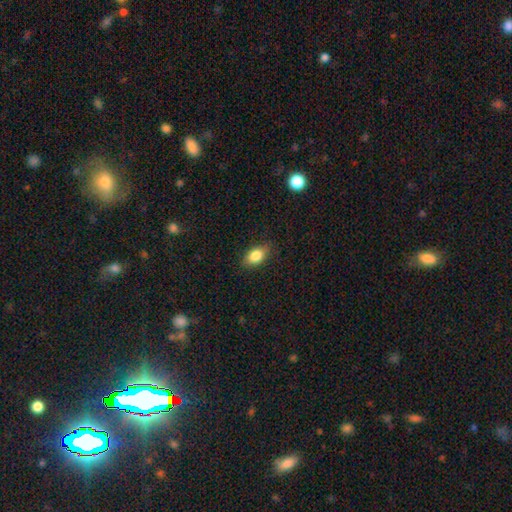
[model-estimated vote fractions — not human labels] Overall: smooth (83%). How rounded: in between (87%). Merging: none (83%).